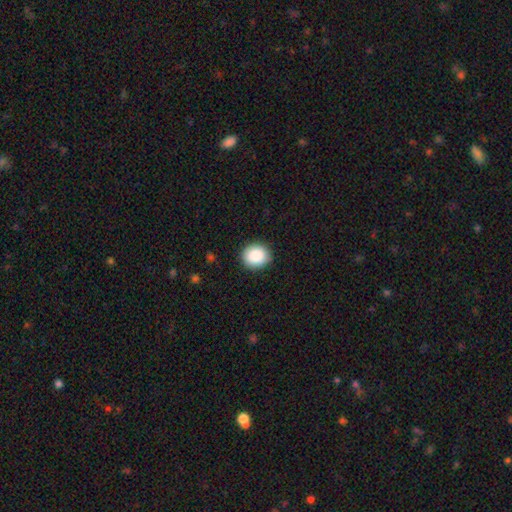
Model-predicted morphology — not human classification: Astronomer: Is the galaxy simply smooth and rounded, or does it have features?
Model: smooth — 88%.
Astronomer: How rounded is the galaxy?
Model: round — 82%.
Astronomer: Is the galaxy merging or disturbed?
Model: none — 90%.